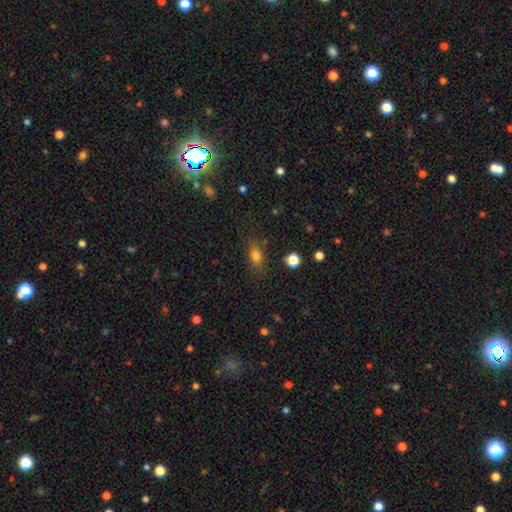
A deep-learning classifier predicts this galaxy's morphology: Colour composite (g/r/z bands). It shows a smooth galaxy with no disk features (78%) that is in between round and cigar-shaped (73%). Merging: none (78%).